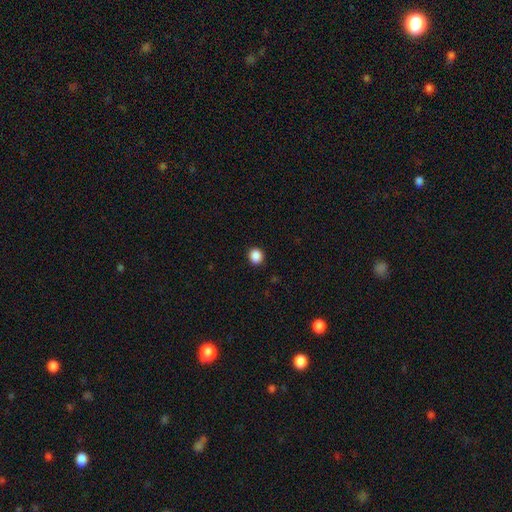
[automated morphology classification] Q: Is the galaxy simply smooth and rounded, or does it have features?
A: smooth — 88%.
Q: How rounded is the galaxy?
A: round — 84%.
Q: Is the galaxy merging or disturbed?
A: none — 92%.